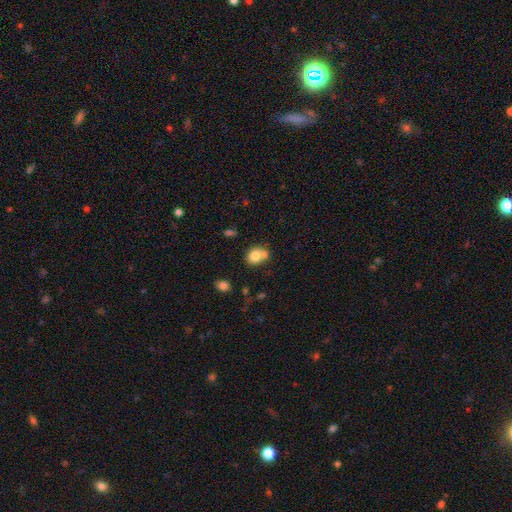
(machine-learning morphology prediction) Smooth or featured? Predicted: smooth (p=0.76). How rounded? Predicted: round (p=0.52). Merging? Predicted: none (p=0.41).